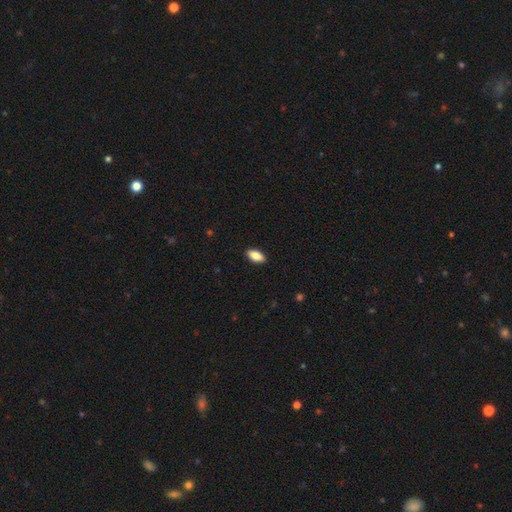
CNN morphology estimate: A smooth galaxy with no disk features (84%) that is in between round and cigar-shaped (89%). Merging: none (90%).